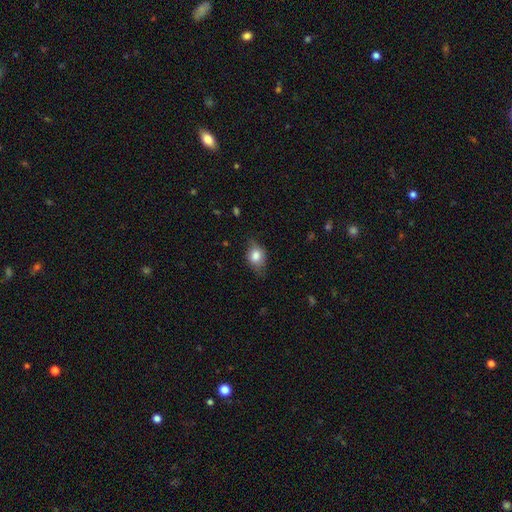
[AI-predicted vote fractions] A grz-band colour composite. It shows a smooth galaxy with no disk features (76%) that is in between round and cigar-shaped (71%). Merging: none (64%).